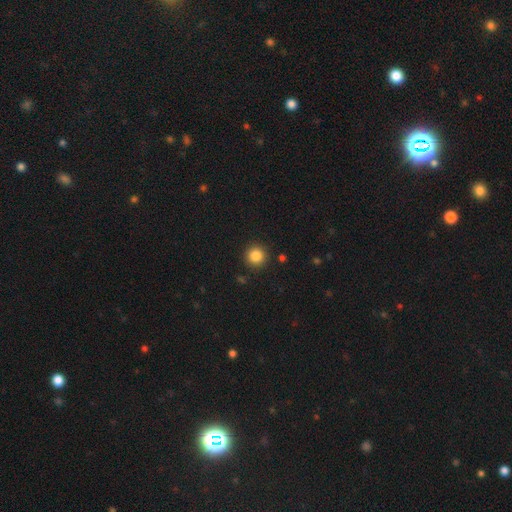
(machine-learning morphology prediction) A smooth galaxy with no disk features (85%) that is round (95%). Merging: none (91%).